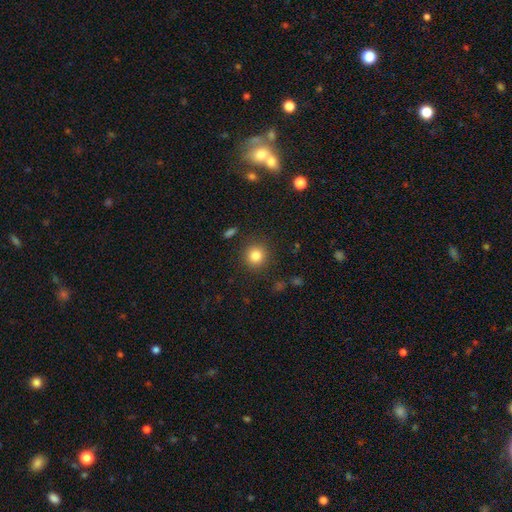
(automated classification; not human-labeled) This appears to be a smooth galaxy with no disk features (83%) that is round (91%). Merging: none (89%).